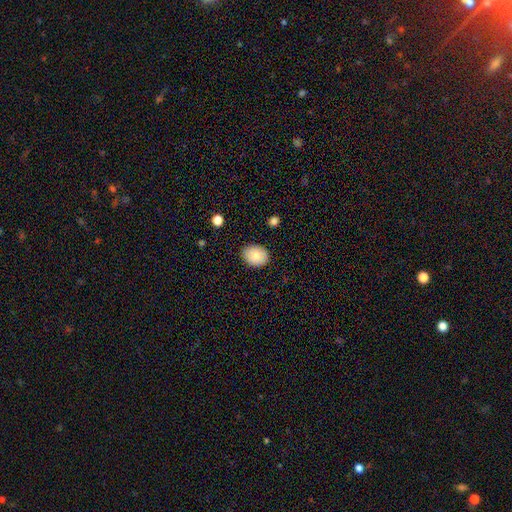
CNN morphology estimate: This appears to be a smooth galaxy with no disk features (84%) that is in between round and cigar-shaped (59%). Merging: none (87%).